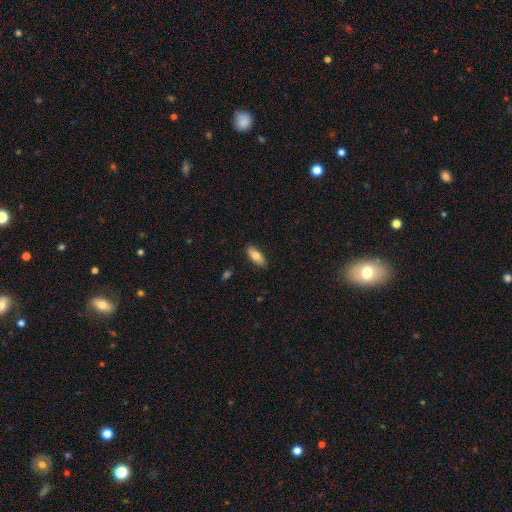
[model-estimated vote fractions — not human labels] Smooth or featured?
  - smooth: 75% *
  - featured or disk: 19%
  - star or artifact: 6%
How rounded?
  - in between: 85% *
  - cigar-shaped: 12%
  - round: 2%
Merging?
  - none: 86% *
  - minor disturbance: 11%
  - major disturbance: 2%
  - merger: 1%